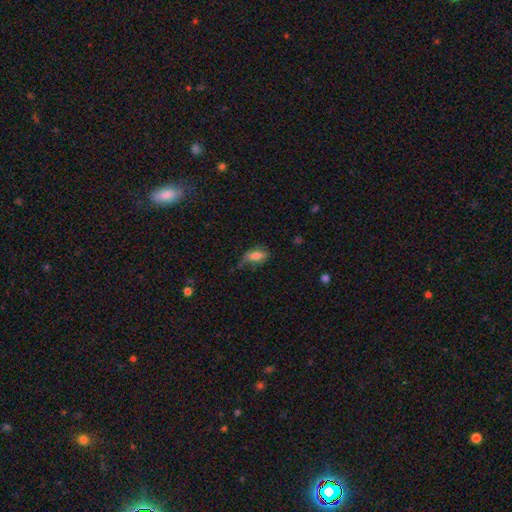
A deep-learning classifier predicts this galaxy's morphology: smooth-or-featured: smooth: 68% | featured or disk: 23% | star or artifact: 9%
  how-rounded: in between: 84% | cigar-shaped: 10% | round: 6%
  merging: none: 41% | minor disturbance: 34% | major disturbance: 21% | merger: 4%